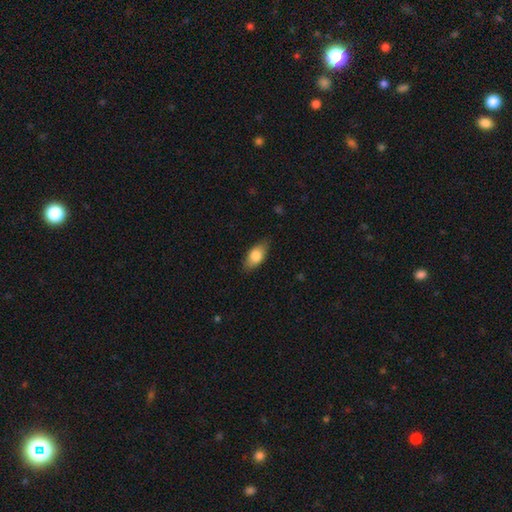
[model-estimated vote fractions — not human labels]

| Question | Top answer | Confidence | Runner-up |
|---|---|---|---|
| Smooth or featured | smooth | 80% | featured or disk (13%) |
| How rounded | in between | 88% | cigar-shaped (8%) |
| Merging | none | 82% | minor disturbance (14%) |